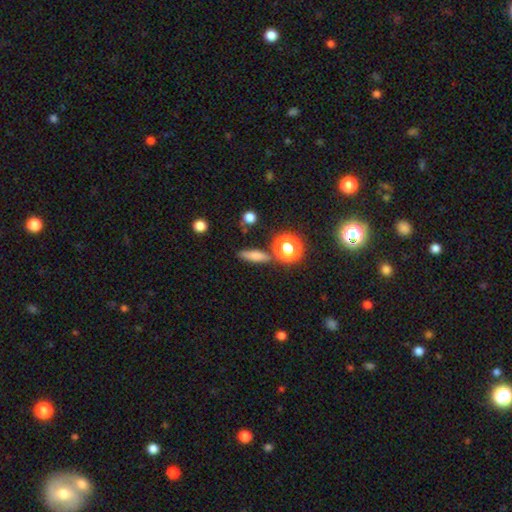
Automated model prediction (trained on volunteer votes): smooth-or-featured: smooth: 71% | featured or disk: 15% | star or artifact: 14%
  how-rounded: cigar-shaped: 48% | in between: 34% | round: 18%
  merging: none: 78% | minor disturbance: 12% | merger: 7% | major disturbance: 4%